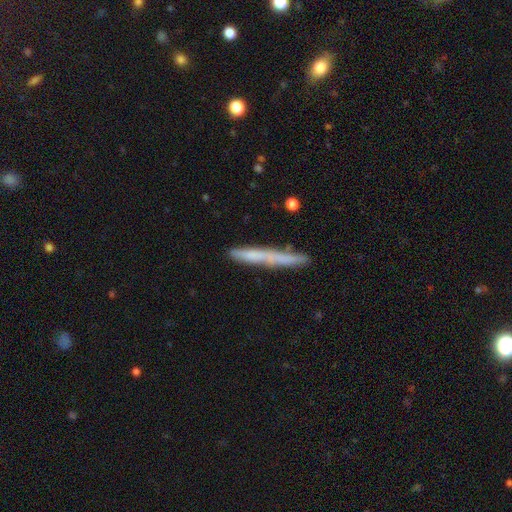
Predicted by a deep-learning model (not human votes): smooth_or_featured: smooth (p=0.58) [alt: featured or disk p=0.35]
how_rounded: cigar-shaped (p=0.96) [alt: in between p=0.03]
merging: none (p=0.72) [alt: minor disturbance p=0.18]